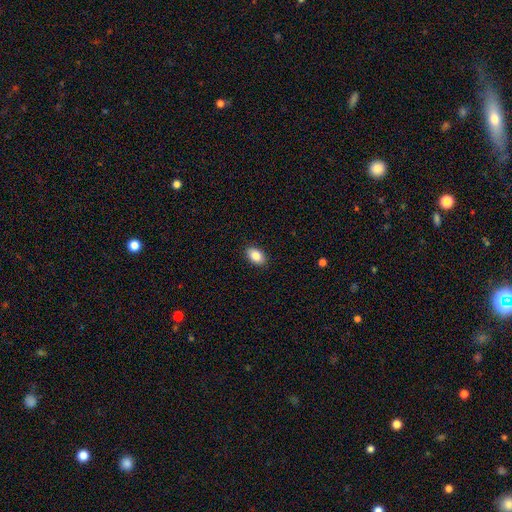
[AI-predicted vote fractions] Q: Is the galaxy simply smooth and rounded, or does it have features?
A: smooth — 85%.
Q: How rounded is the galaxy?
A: in between — 88%.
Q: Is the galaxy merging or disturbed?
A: none — 89%.